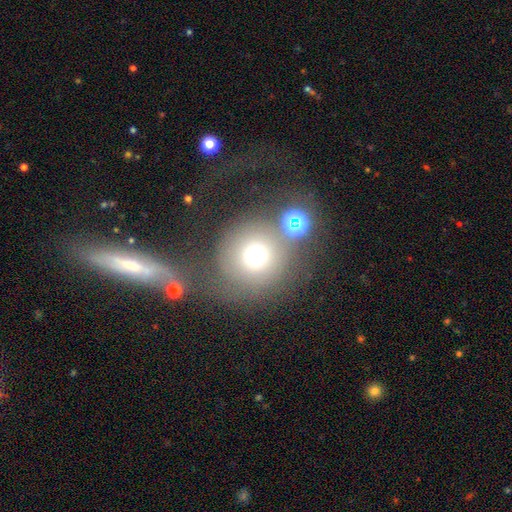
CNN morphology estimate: smooth 67%, star or artifact 18%, featured or disk 15%. Down the decision tree: how rounded — round (93%); merging — none (62%).